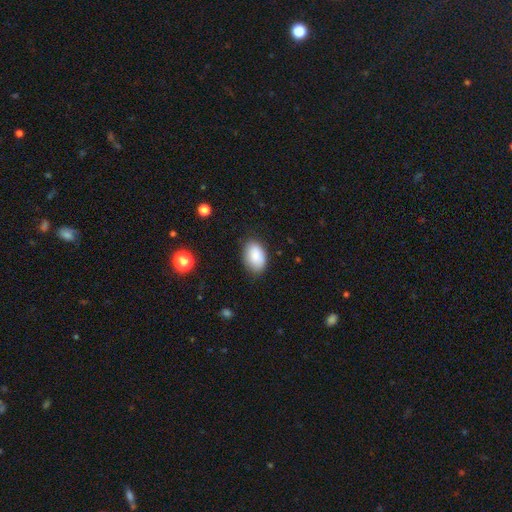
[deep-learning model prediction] Smooth or featured? smooth (88%)
How rounded? in between (89%)
Merging? none (80%)